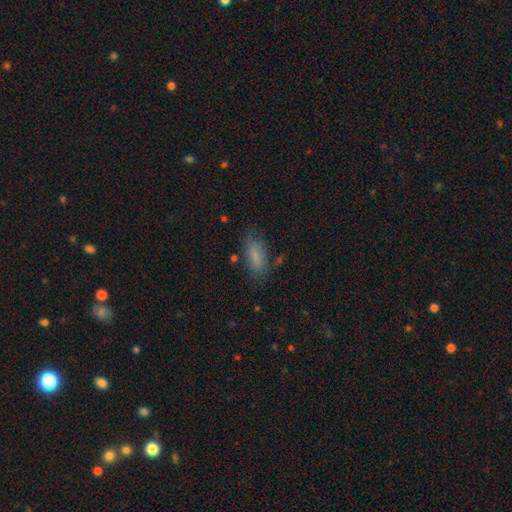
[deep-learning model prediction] Smooth or featured?
  - smooth: 75% *
  - featured or disk: 15%
  - star or artifact: 9%
How rounded?
  - in between: 77% *
  - cigar-shaped: 21%
  - round: 3%
Merging?
  - none: 71% *
  - minor disturbance: 19%
  - major disturbance: 7%
  - merger: 3%